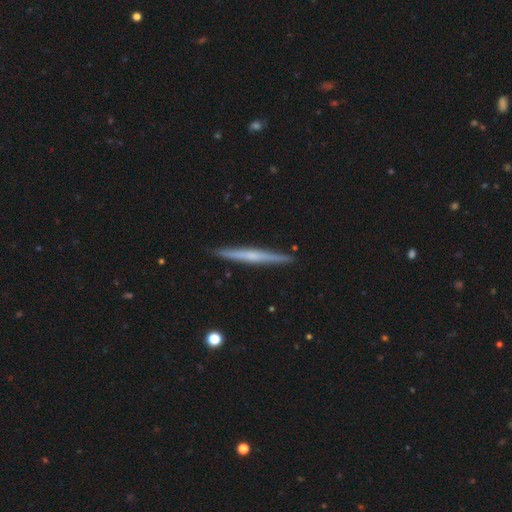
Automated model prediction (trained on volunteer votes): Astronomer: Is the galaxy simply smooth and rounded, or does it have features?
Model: featured or disk — 63%.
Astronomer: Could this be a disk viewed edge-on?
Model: yes — 98%.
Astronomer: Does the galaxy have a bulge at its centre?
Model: none — 50% (runner-up: rounded, 43%).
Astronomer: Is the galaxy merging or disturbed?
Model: none — 92%.